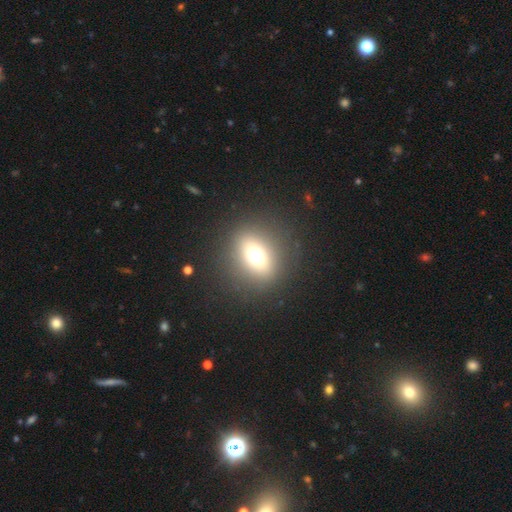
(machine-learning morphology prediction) smooth-or-featured: smooth: 63% | star or artifact: 20% | featured or disk: 17%
  how-rounded: round: 64% | in between: 34% | cigar-shaped: 2%
  merging: none: 85% | minor disturbance: 8% | major disturbance: 5% | merger: 2%